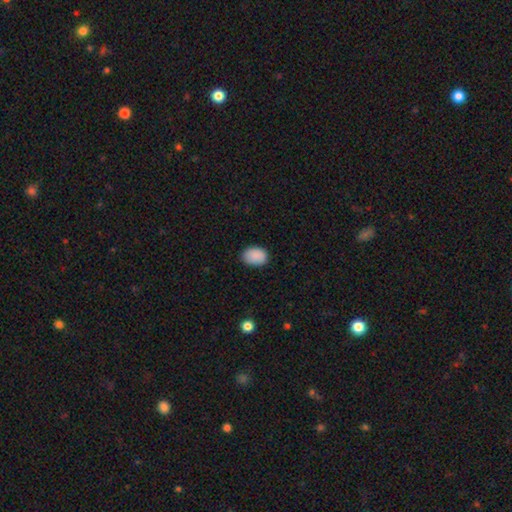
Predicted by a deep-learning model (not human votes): Overall: smooth (89%). How rounded: in between (81%). Merging: none (83%).